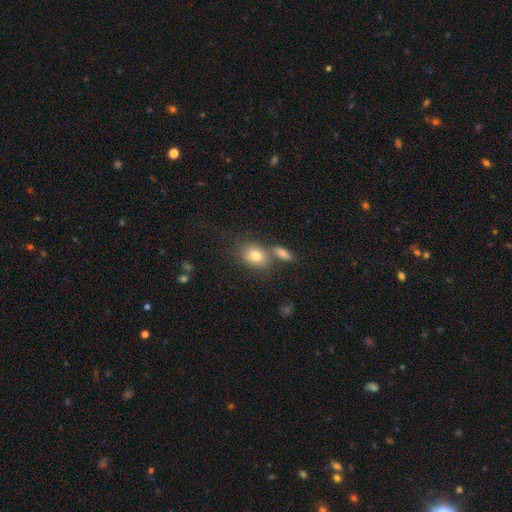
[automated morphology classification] Smooth or featured: smooth — 77% (featured or disk — 13%)
How rounded: in between — 63% (round — 36%)
Merging: none — 52% (merger — 30%)